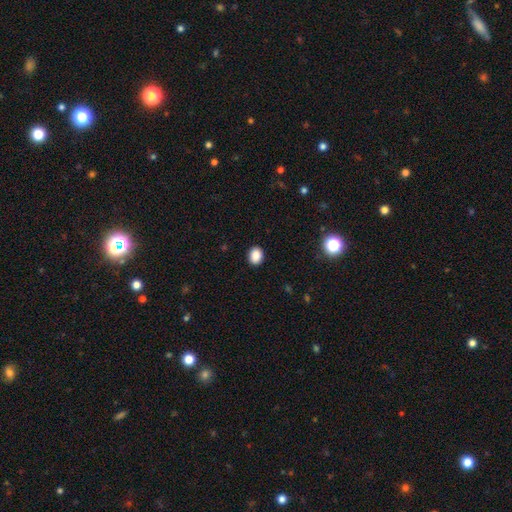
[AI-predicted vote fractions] This appears to be a smooth galaxy with no disk features (88%) that is round (50%). Merging: none (91%).